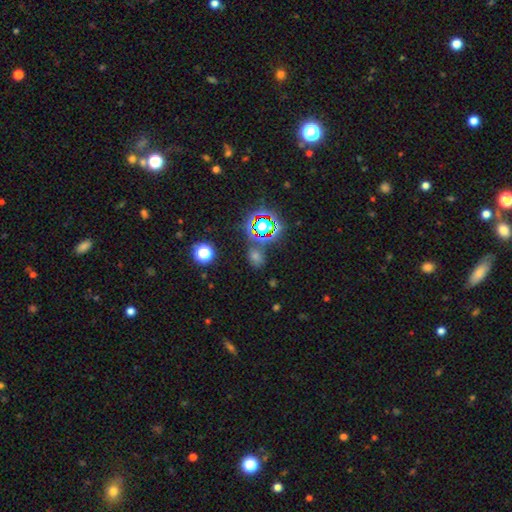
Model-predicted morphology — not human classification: smooth-or-featured: star or artifact: 52% | smooth: 40% | featured or disk: 8%